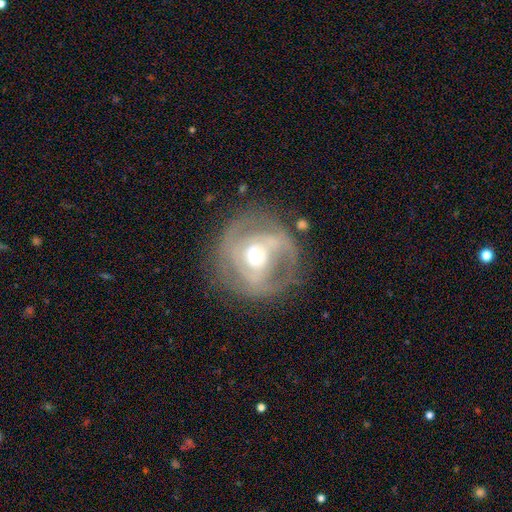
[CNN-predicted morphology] featured or disk 76%, smooth 18%, star or artifact 7%. Down the decision tree: edge-on disk — no (97%); bar — no (64%); spiral arms — yes (75%); spiral arm count — 2 (39%); spiral winding — tight (54%); bulge size — moderate (52%); merging — none (67%).